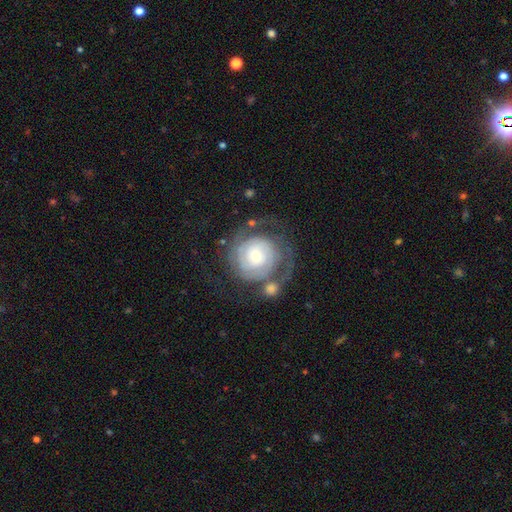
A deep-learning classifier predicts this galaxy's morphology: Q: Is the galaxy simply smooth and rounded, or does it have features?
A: featured or disk — 79%.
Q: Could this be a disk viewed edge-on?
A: no — 98%.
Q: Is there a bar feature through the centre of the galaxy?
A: no — 72%.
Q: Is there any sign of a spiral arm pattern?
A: yes — 92%.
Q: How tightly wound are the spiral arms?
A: tight — 70%.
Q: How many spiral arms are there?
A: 2 — 49%.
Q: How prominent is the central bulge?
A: moderate — 47%.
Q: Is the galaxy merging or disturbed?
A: none — 55%.